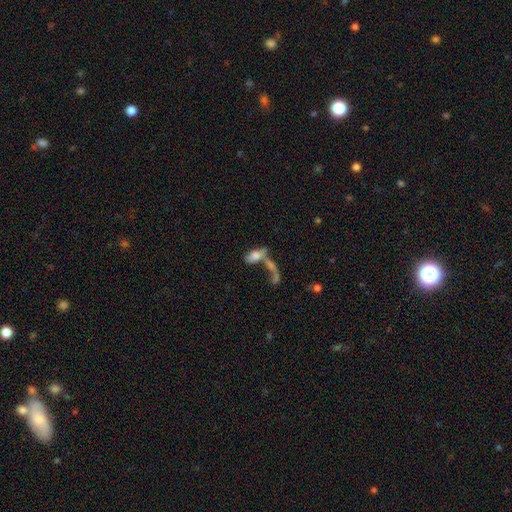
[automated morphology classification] smooth_or_featured: smooth (p=0.55) [alt: featured or disk p=0.33]
how_rounded: in between (p=0.77) [alt: cigar-shaped p=0.16]
merging: merger (p=0.59) [alt: major disturbance p=0.17]